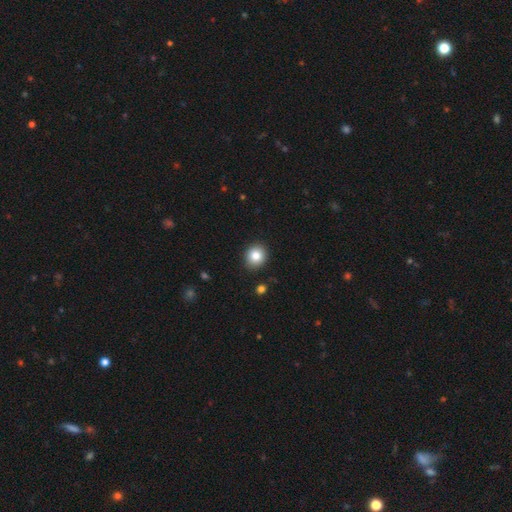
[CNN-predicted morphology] Smooth or featured? Predicted: smooth (p=0.84). How rounded? Predicted: round (p=0.79). Merging? Predicted: none (p=0.90).